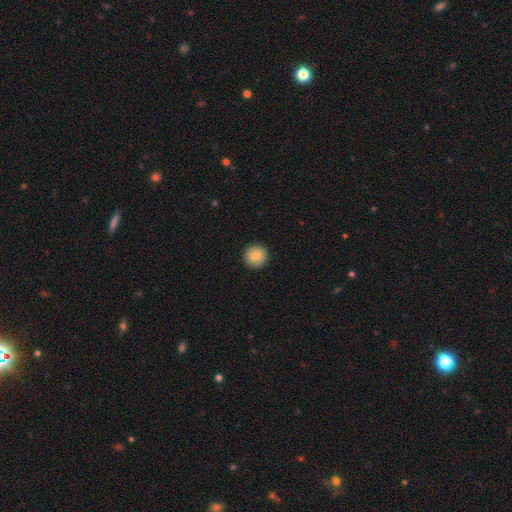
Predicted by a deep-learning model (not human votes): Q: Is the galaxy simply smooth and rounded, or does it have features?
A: smooth — 84%.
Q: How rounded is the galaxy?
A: round — 96%.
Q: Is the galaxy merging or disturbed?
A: none — 93%.